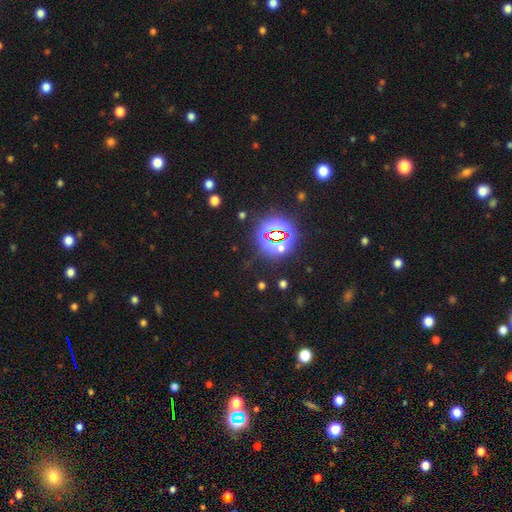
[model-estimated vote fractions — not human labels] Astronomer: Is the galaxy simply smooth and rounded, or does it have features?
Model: star or artifact — 82%.